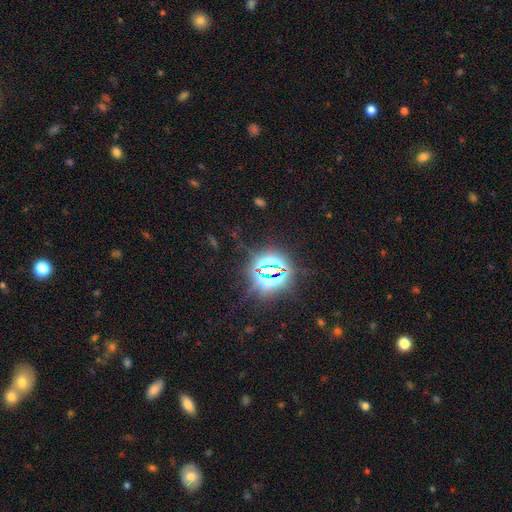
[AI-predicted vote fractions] smooth_or_featured: star or artifact (p=0.80) [alt: smooth p=0.13]